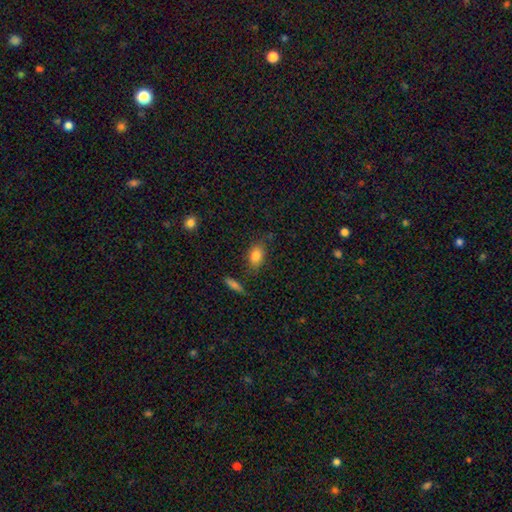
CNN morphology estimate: smooth 83%, star or artifact 9%, featured or disk 8%. Down the decision tree: how rounded — in between (79%); merging — none (74%).